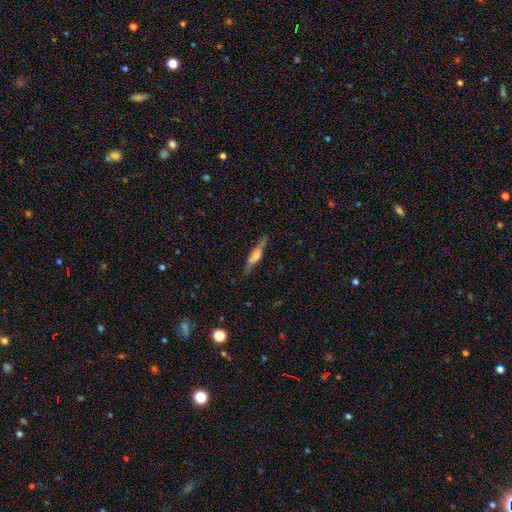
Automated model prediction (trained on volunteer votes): Overall: featured or disk (55%; smooth 38%). Edge-on disk: yes (93%). Edge-on bulge: rounded (78%). Merging: none (78%).